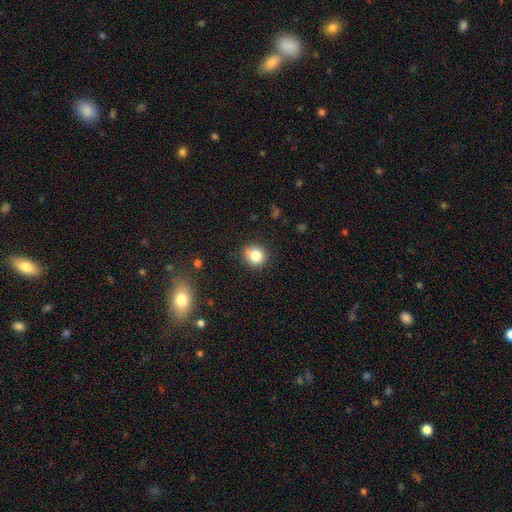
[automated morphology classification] Smooth or featured? Predicted: smooth (p=0.82). How rounded? Predicted: round (p=0.82). Merging? Predicted: none (p=0.84).